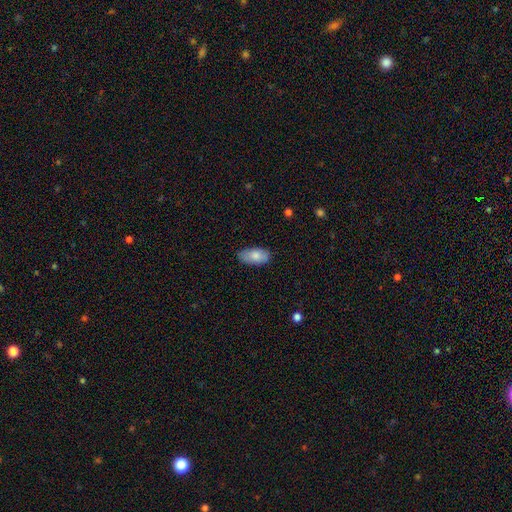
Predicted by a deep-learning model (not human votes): Overall: smooth (82%). How rounded: in between (93%). Merging: none (82%).